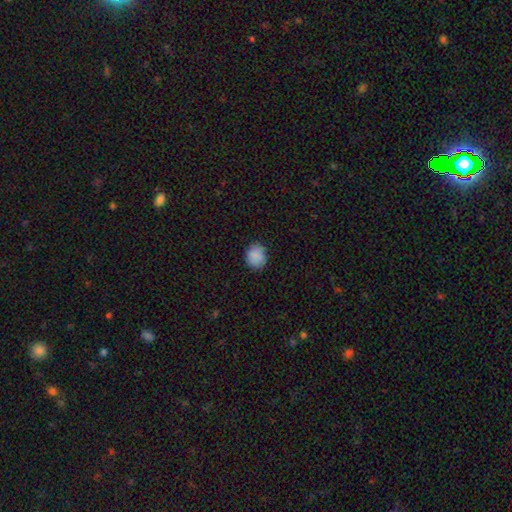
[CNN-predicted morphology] smooth_or_featured: smooth (p=0.88) [alt: star or artifact p=0.08]
how_rounded: round (p=0.75) [alt: in between p=0.24]
merging: none (p=0.85) [alt: minor disturbance p=0.12]